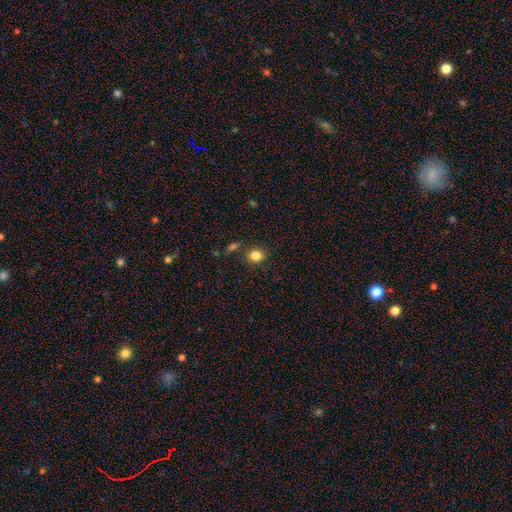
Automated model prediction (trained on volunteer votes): Morphology: type=smooth (83%); roundness=round (75%); merging=none (82%).